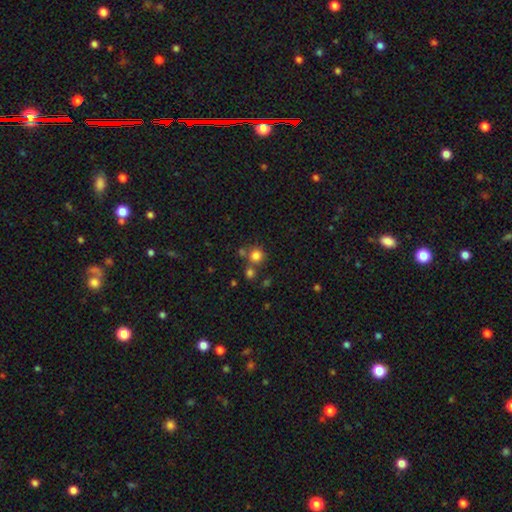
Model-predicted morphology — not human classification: smooth-or-featured: smooth: 80% | star or artifact: 14% | featured or disk: 7%
  how-rounded: round: 91% | in between: 8% | cigar-shaped: 1%
  merging: none: 68% | merger: 20% | minor disturbance: 8% | major disturbance: 4%